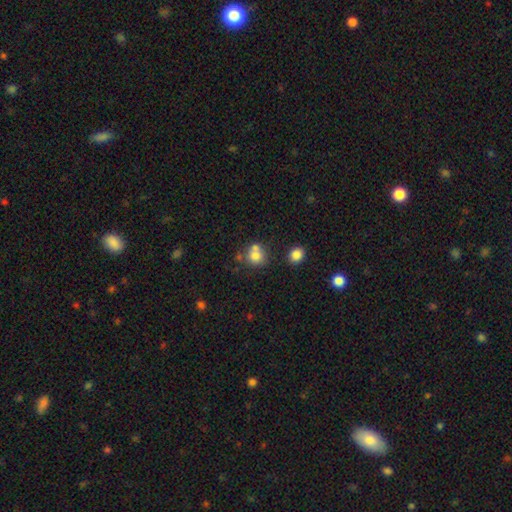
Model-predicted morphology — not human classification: A smooth galaxy with no disk features (75%) that is round (84%).

Vote fractions:
- Smooth or featured? smooth: 75% / featured or disk: 13% / star or artifact: 12%
- How rounded? round: 84% / in between: 15% / cigar-shaped: 1%
- Merging? none: 50% / merger: 35% / minor disturbance: 11% / major disturbance: 4%